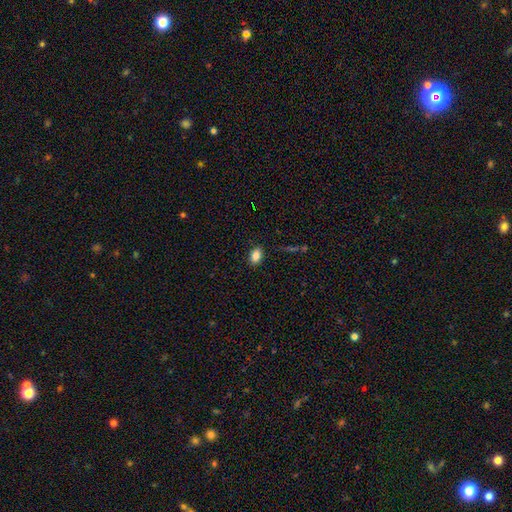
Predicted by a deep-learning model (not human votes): Q: Smooth or featured?
A: smooth (85%); runner-up: star or artifact (9%)
Q: How rounded?
A: in between (86%); runner-up: round (12%)
Q: Merging?
A: none (88%); runner-up: minor disturbance (8%)